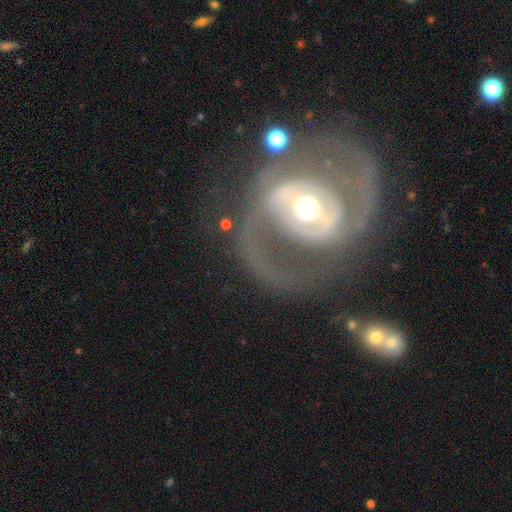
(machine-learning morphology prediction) Smooth or featured? featured or disk (86%)
Edge-on disk? no (97%)
Bar? no (36%, tied with weak)
Spiral arms? yes (88%)
Spiral winding? medium (48%)
Spiral arm count? 2 (80%)
Bulge size? moderate (66%)
Merging? none (63%)